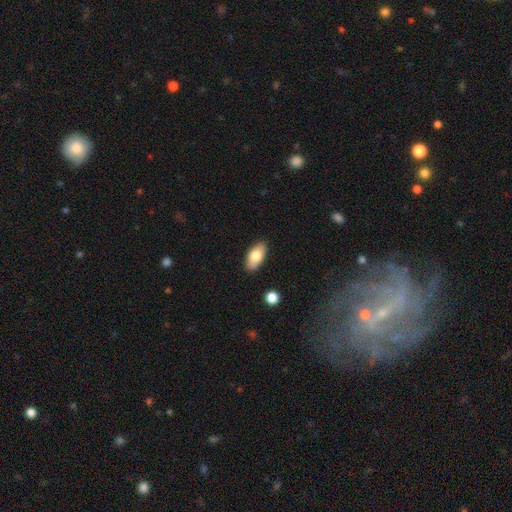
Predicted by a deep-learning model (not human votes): Overall: smooth (76%). How rounded: in between (91%). Merging: none (84%).